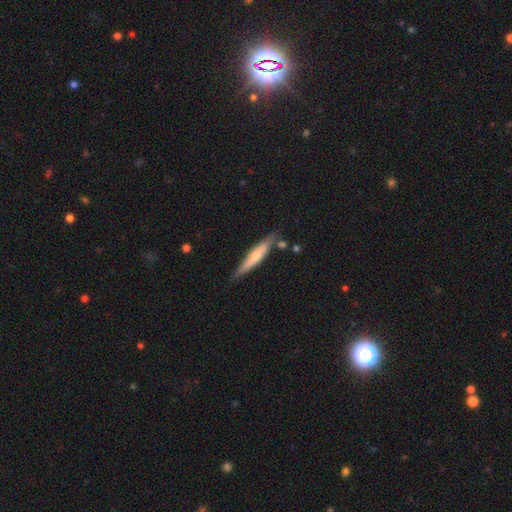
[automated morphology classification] smooth_or_featured: smooth (p=0.50) [alt: featured or disk p=0.44]
how_rounded: cigar-shaped (p=0.89) [alt: in between p=0.09]
merging: none (p=0.77) [alt: minor disturbance p=0.14]